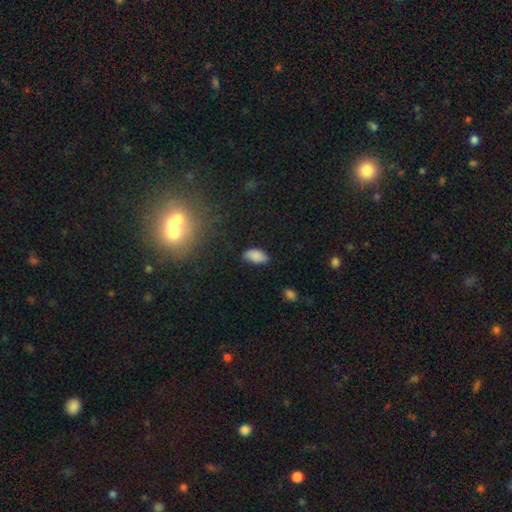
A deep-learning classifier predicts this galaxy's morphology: This is clearly a smooth galaxy (84%). How rounded: clearly in between (93%). Merging: likely none (73%).